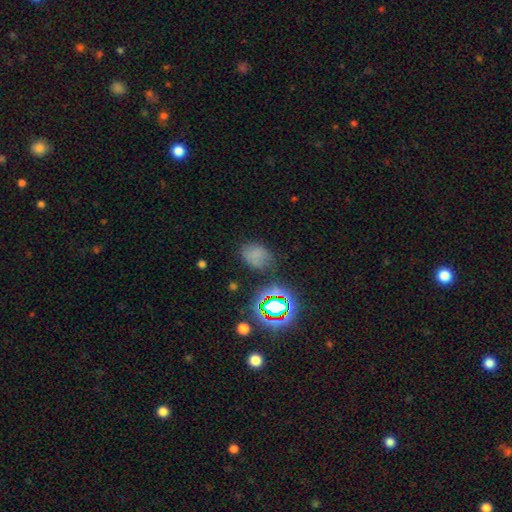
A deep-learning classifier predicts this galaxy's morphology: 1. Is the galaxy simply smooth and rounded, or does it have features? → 64% smooth, 25% star or artifact, 11% featured or disk.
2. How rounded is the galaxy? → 68% in between, 31% round, 1% cigar-shaped.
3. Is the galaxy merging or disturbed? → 65% none, 22% minor disturbance, 9% major disturbance, 5% merger.